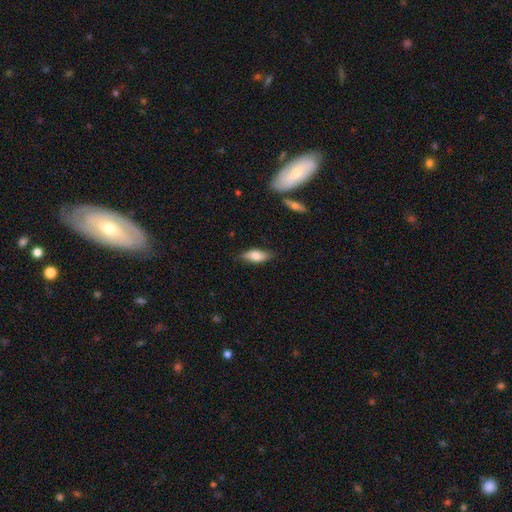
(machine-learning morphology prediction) Smooth or featured?
  - smooth: 77% *
  - featured or disk: 17%
  - star or artifact: 6%
How rounded?
  - in between: 77% *
  - cigar-shaped: 21%
  - round: 3%
Merging?
  - none: 80% *
  - minor disturbance: 16%
  - major disturbance: 3%
  - merger: 2%